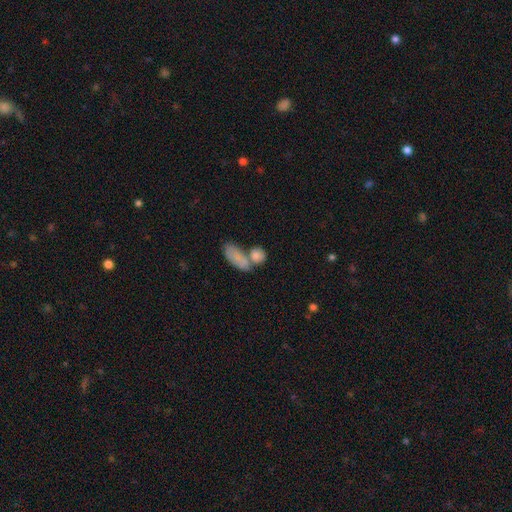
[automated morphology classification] Smooth or featured? smooth (81%)
How rounded? in between (59%)
Merging? merger (45%)